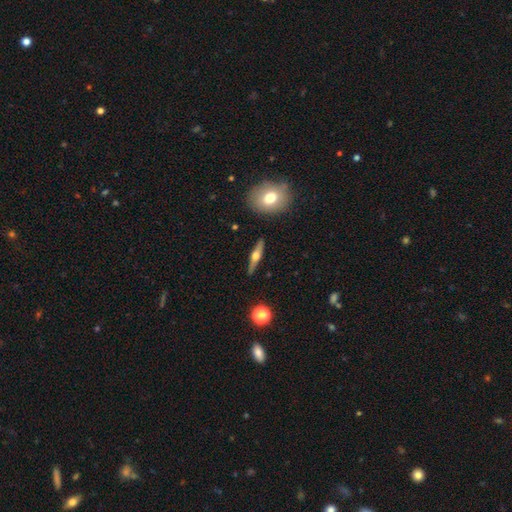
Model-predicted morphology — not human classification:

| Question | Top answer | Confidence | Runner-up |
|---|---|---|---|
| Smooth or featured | featured or disk | 69% | smooth (25%) |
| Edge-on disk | yes | 96% | no (4%) |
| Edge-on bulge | rounded | 95% | boxy (3%) |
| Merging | none | 89% | minor disturbance (7%) |